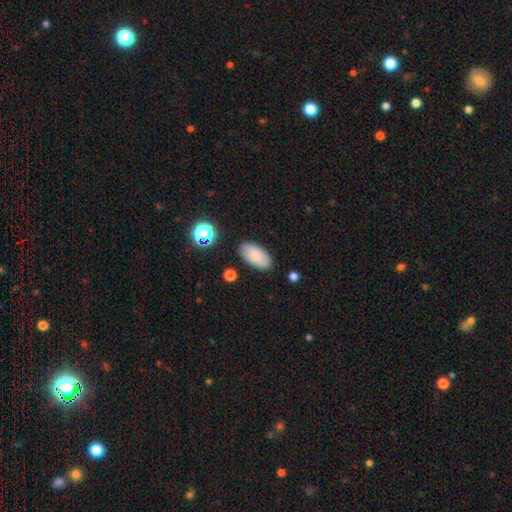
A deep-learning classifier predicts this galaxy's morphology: The model was most divided on "smooth or featured": smooth: 82%, featured or disk: 10%, star or artifact: 8%. More confident: how rounded — in between (94%); merging — none (85%).